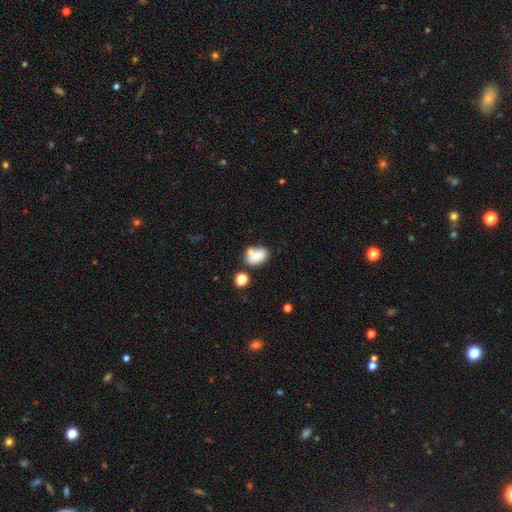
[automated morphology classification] Overall: smooth (78%). How rounded: in between (80%). Merging: none (46%; merger 26%).